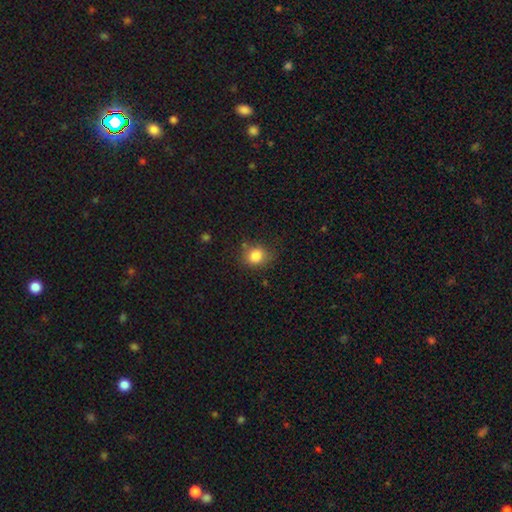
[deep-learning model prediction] smooth 82%, star or artifact 11%, featured or disk 7%. Down the decision tree: how rounded — round (72%); merging — none (73%).